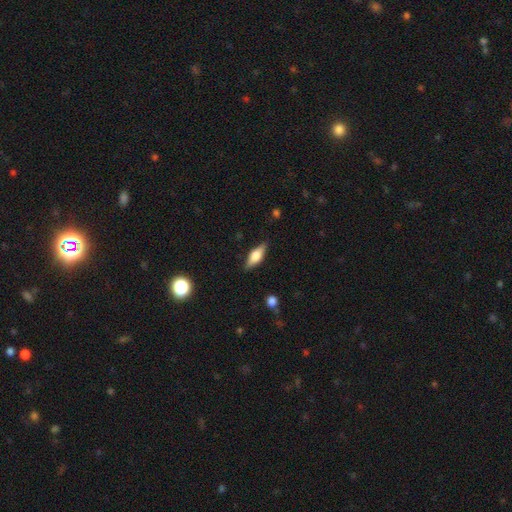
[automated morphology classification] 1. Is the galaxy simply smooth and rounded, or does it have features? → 48% featured or disk, 44% smooth, 7% star or artifact.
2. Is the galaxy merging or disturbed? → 85% none, 11% minor disturbance, 2% major disturbance, 1% merger.